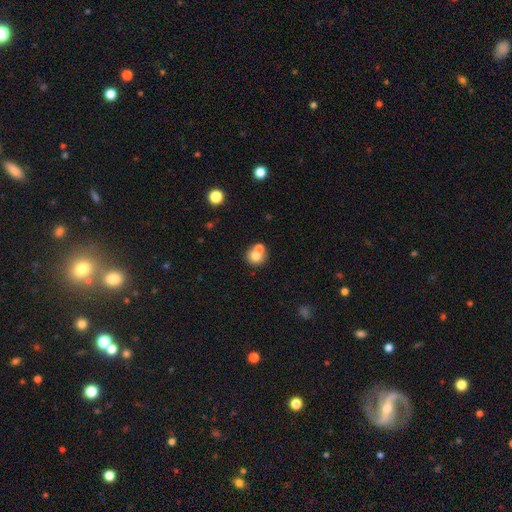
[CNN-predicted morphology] Overall: smooth (72%). How rounded: round (85%). Merging: none (46%; merger 44%).